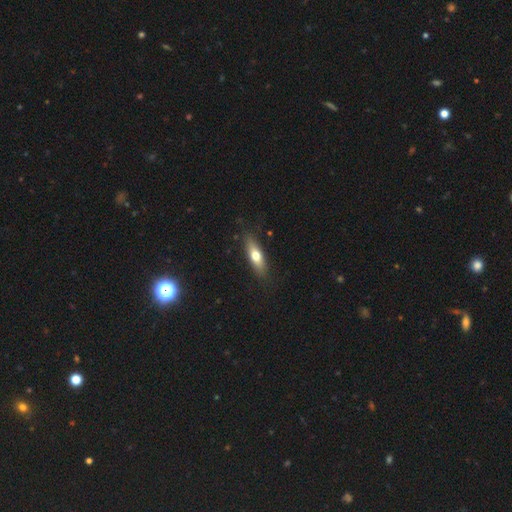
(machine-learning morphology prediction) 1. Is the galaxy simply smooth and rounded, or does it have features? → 61% smooth, 33% featured or disk, 6% star or artifact.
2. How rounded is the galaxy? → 49% in between, 48% cigar-shaped, 3% round.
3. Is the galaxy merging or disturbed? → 85% none, 11% minor disturbance, 3% major disturbance, 1% merger.